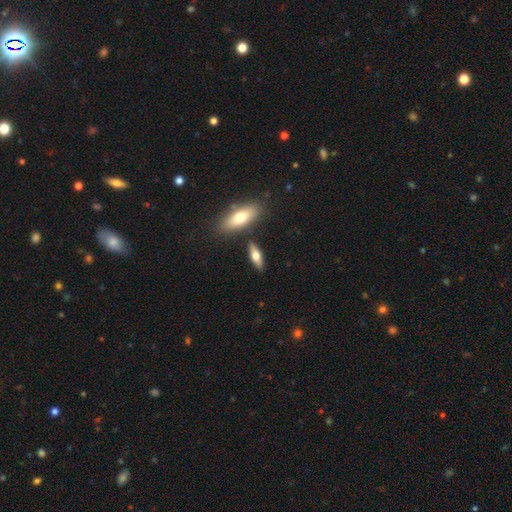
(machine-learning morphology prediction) type=smooth (54%); roundness=in between (51%); merging=none (81%).